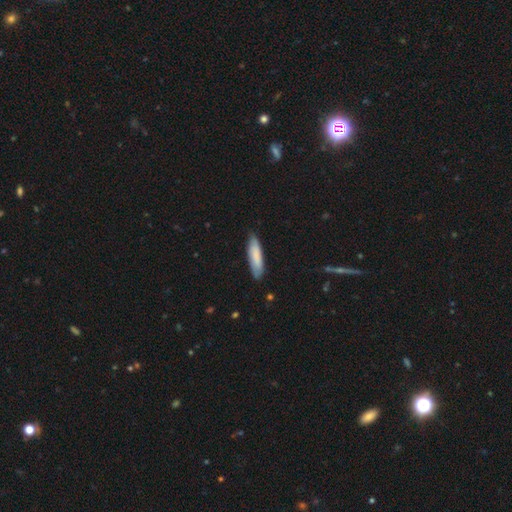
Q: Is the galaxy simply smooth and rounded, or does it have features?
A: smooth — 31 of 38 (82%).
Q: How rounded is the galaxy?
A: cigar-shaped — 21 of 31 (68%).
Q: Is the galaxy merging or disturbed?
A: none — 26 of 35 (74%).